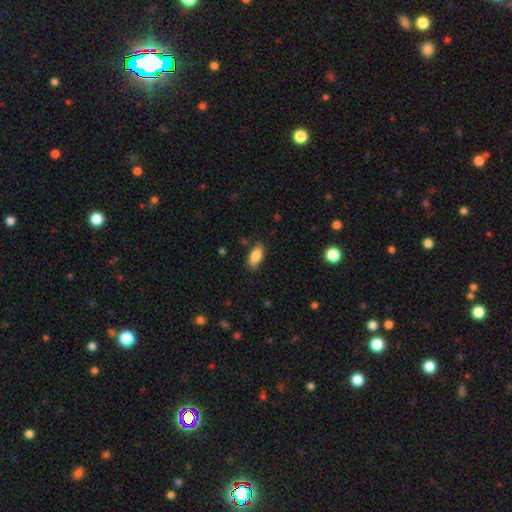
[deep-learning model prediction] Smooth or featured? smooth (85%)
How rounded? in between (89%)
Merging? none (83%)